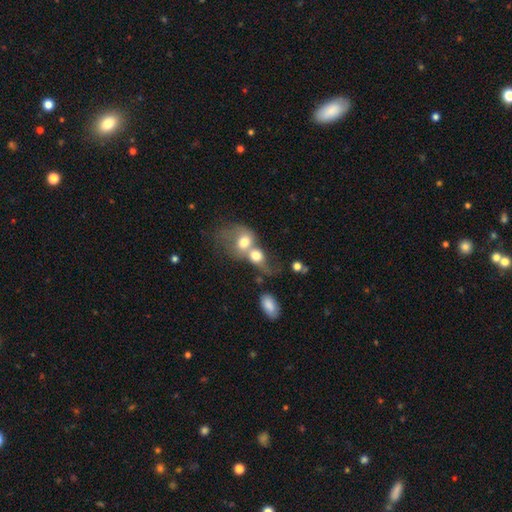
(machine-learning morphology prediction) A smooth galaxy with no disk features (67%) that is round (52%).

Vote fractions:
- Smooth or featured? smooth: 67% / featured or disk: 24% / star or artifact: 9%
- How rounded? round: 52% / in between: 46% / cigar-shaped: 2%
- Merging? merger: 76% / major disturbance: 10% / none: 10% / minor disturbance: 5%